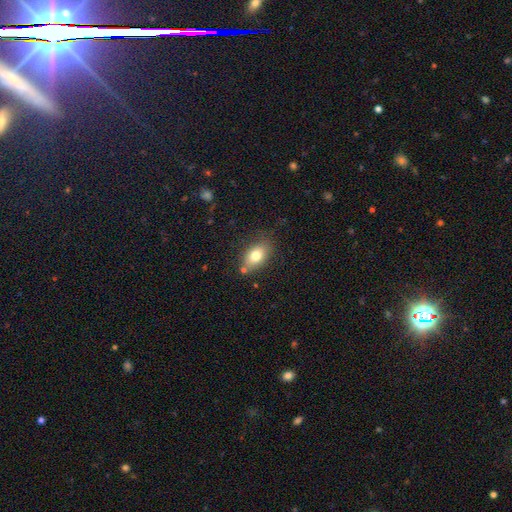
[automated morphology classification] Q: Smooth or featured?
A: smooth (78%); runner-up: featured or disk (13%)
Q: How rounded?
A: in between (86%); runner-up: round (12%)
Q: Merging?
A: none (72%); runner-up: minor disturbance (17%)